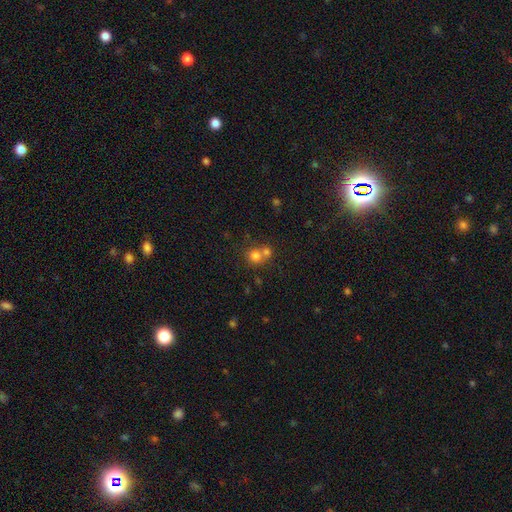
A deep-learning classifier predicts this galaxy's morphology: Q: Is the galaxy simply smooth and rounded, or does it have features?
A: smooth — 75%.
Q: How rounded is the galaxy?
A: round — 83%.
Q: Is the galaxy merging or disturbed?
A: merger — 50%.